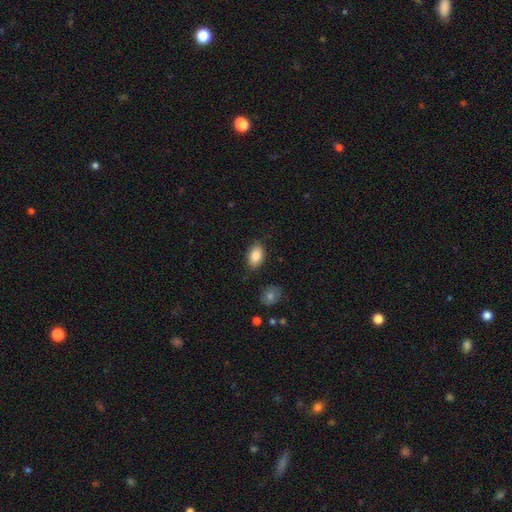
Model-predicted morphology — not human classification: Smooth or featured?
  - smooth: 86% *
  - star or artifact: 7%
  - featured or disk: 7%
How rounded?
  - in between: 90% *
  - round: 8%
  - cigar-shaped: 2%
Merging?
  - none: 84% *
  - minor disturbance: 12%
  - major disturbance: 3%
  - merger: 2%